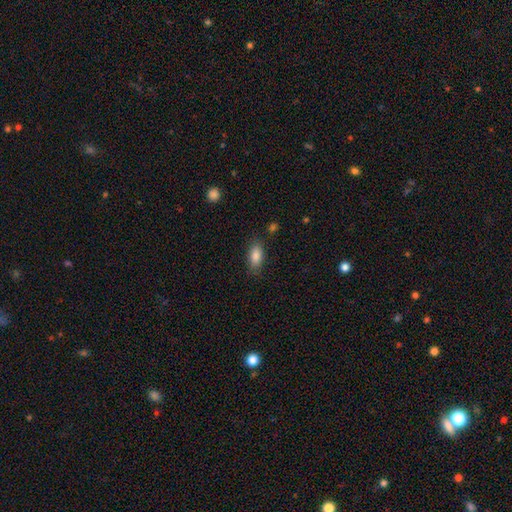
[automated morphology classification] Smooth or featured?
  - smooth: 86% *
  - star or artifact: 7%
  - featured or disk: 7%
How rounded?
  - in between: 87% *
  - cigar-shaped: 10%
  - round: 3%
Merging?
  - none: 83% *
  - minor disturbance: 12%
  - major disturbance: 3%
  - merger: 2%